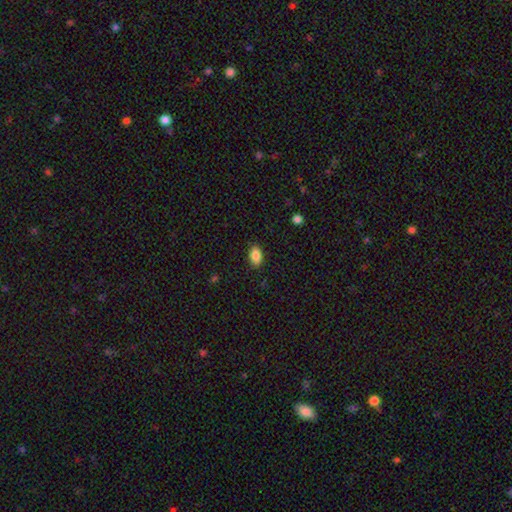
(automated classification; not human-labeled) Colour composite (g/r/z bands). It shows a smooth galaxy with no disk features (87%) that is in between round and cigar-shaped (89%). Merging: none (88%).